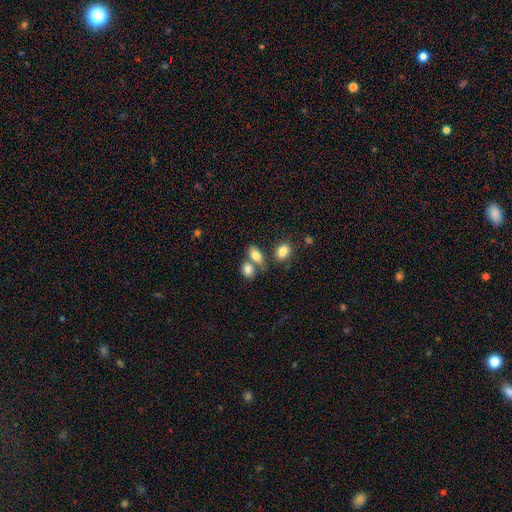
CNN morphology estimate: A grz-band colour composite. It shows a smooth galaxy with no disk features (83%) that is in between round and cigar-shaped (82%). Merging: none (46%).